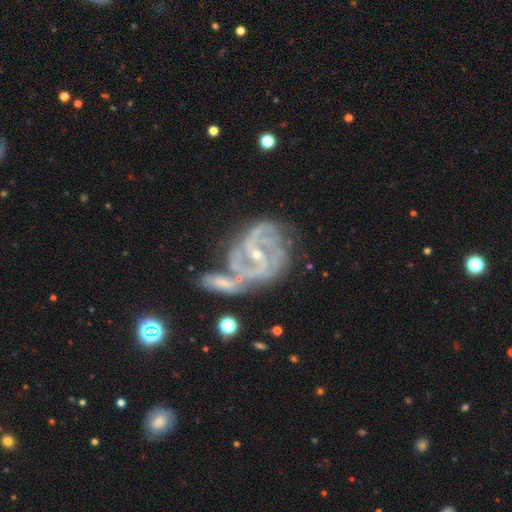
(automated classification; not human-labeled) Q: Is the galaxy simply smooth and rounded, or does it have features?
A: featured or disk — 88%.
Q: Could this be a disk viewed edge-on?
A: no — 97%.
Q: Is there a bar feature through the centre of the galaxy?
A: weak — 41%.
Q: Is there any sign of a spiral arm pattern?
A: yes — 95%.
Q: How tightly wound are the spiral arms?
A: medium — 45%.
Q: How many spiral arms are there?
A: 2 — 50%.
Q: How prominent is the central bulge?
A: small — 74%.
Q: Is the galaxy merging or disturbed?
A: merger — 35%.